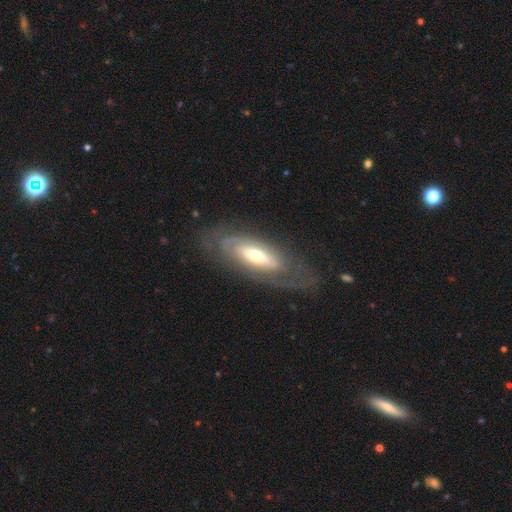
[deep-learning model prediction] The model was most divided on "spiral arms" (2-way tie): yes: 50%, no: 50%. More confident: edge-on disk — no (80%); smooth or featured — featured or disk (68%); merging — none (67%); bar — no (65%); bulge size — moderate (62%).